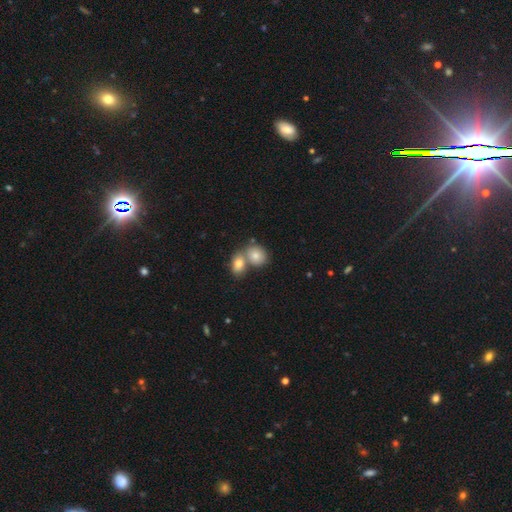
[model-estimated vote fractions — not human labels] Q: Smooth or featured?
A: smooth (79%); runner-up: featured or disk (12%)
Q: How rounded?
A: round (55%); runner-up: in between (44%)
Q: Merging?
A: merger (52%); runner-up: none (37%)